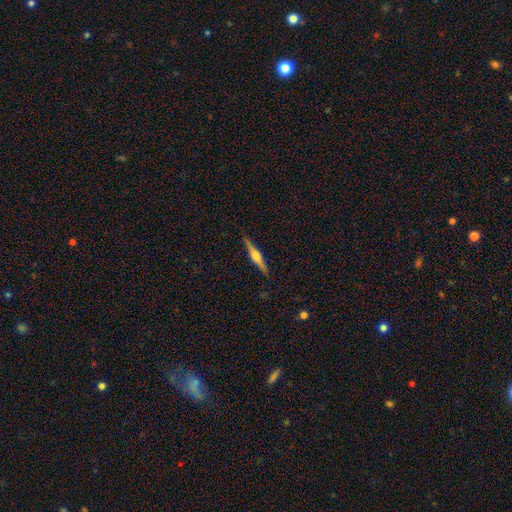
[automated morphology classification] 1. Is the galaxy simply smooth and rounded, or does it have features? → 73% featured or disk, 21% smooth, 6% star or artifact.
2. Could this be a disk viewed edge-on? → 98% yes, 2% no.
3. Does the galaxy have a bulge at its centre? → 85% rounded, 11% boxy, 4% none.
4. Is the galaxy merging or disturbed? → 91% none, 7% minor disturbance, 1% major disturbance, 1% merger.